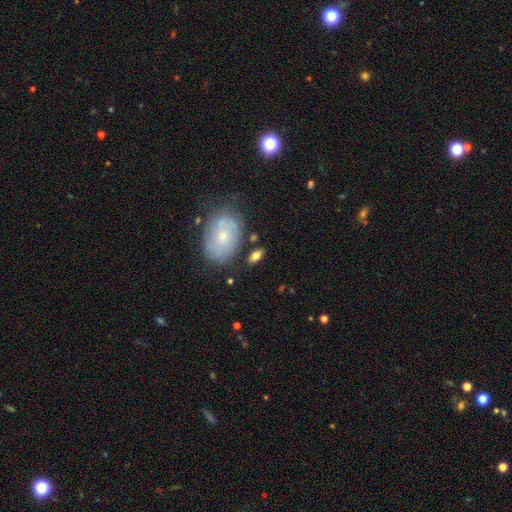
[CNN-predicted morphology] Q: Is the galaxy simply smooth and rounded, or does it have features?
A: smooth — 68%.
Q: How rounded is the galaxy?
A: in between — 85%.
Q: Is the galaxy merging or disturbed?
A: none — 74%.